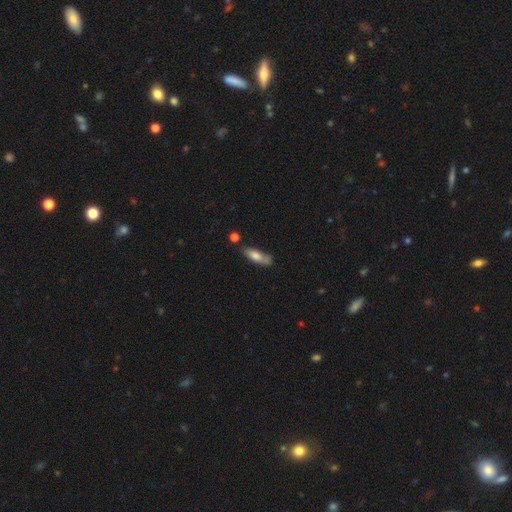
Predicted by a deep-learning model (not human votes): The model was most divided on "how rounded": in between: 54%, cigar-shaped: 44%, round: 2%. More confident: smooth or featured — smooth (72%); merging — none (63%).